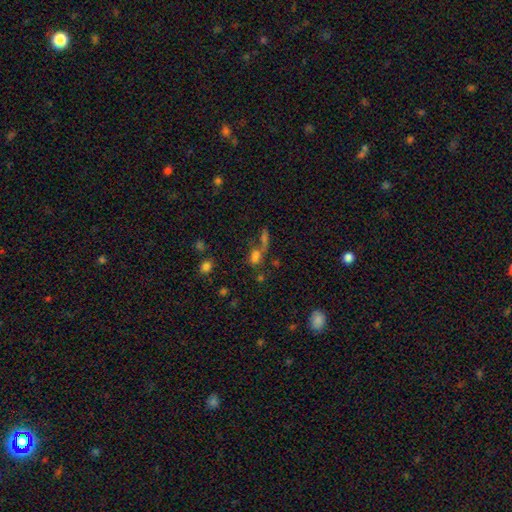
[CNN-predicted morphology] Q: Smooth or featured?
A: smooth (59%); runner-up: star or artifact (26%)
Q: How rounded?
A: in between (63%); runner-up: round (24%)
Q: Merging?
A: merger (52%); runner-up: none (29%)